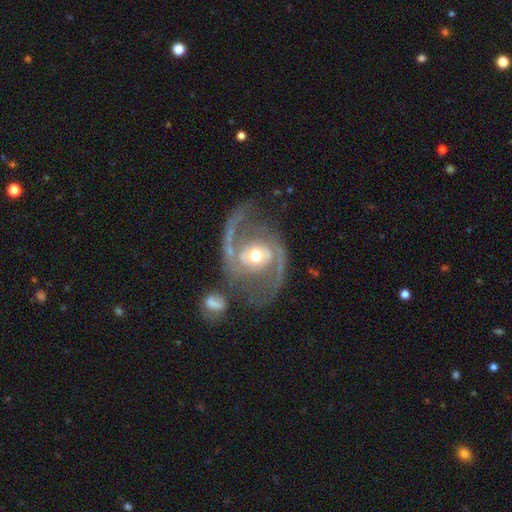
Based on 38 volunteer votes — Volunteers were most divided on "spiral winding": loose: 59%, medium: 35%, tight: 6%. More confident: edge-on disk — no (100%); spiral arms — yes (100%); spiral arm count — 2 (97%); smooth or featured — featured or disk (89%); bulge size — moderate (82%); merging — none (58%); bar — no (56%).